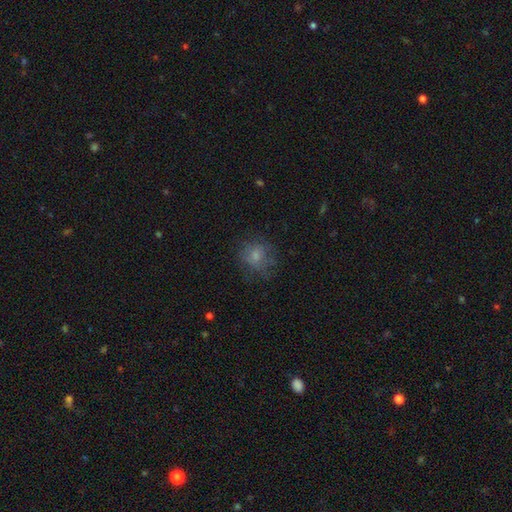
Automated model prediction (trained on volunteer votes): The model was most divided on "merging": none: 61%, minor disturbance: 21%, major disturbance: 16%, merger: 2%. More confident: how rounded — round (74%); smooth or featured — smooth (67%).